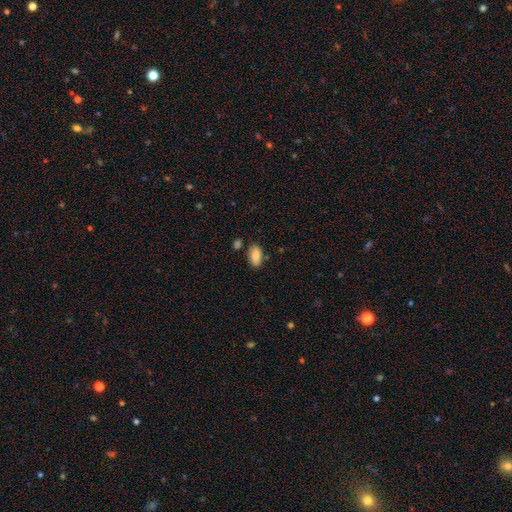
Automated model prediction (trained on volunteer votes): A smooth galaxy with no disk features (87%) that is in between round and cigar-shaped (93%). Merging: none (78%).